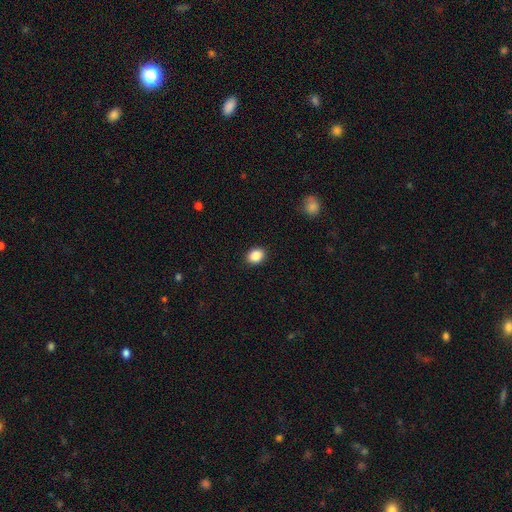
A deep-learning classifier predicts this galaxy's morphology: A smooth galaxy with no disk features (88%) that is in between round and cigar-shaped (54%).

Vote fractions:
- Smooth or featured? smooth: 88% / star or artifact: 9% / featured or disk: 3%
- How rounded? in between: 54% / round: 45% / cigar-shaped: 1%
- Merging? none: 91% / minor disturbance: 7% / major disturbance: 2% / merger: 1%